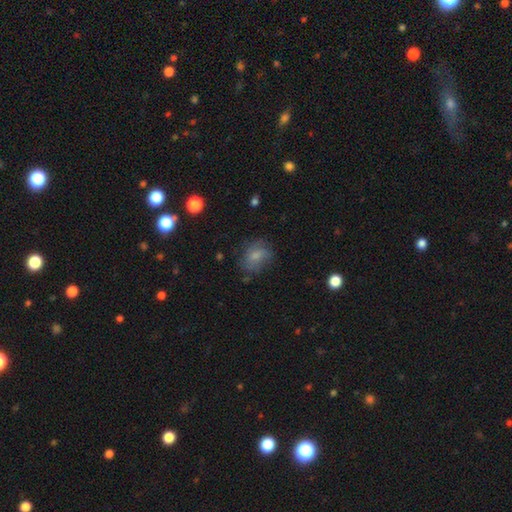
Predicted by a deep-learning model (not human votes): smooth_or_featured: smooth (p=0.65) [alt: featured or disk p=0.24]
how_rounded: in between (p=0.60) [alt: round p=0.38]
merging: none (p=0.63) [alt: minor disturbance p=0.24]